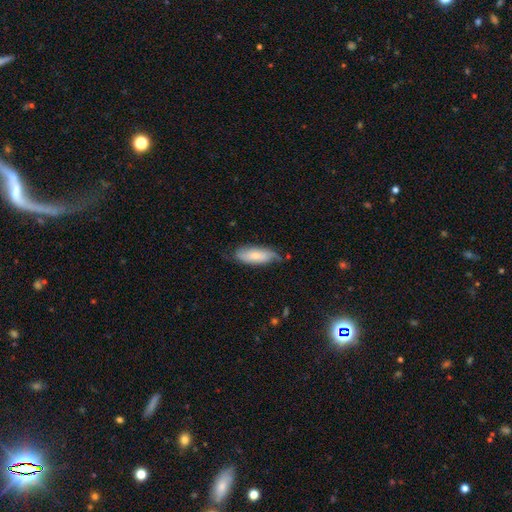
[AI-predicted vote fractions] This appears to be a smooth galaxy with no disk features (59%) that is in between round and cigar-shaped (68%). Merging: none (59%).